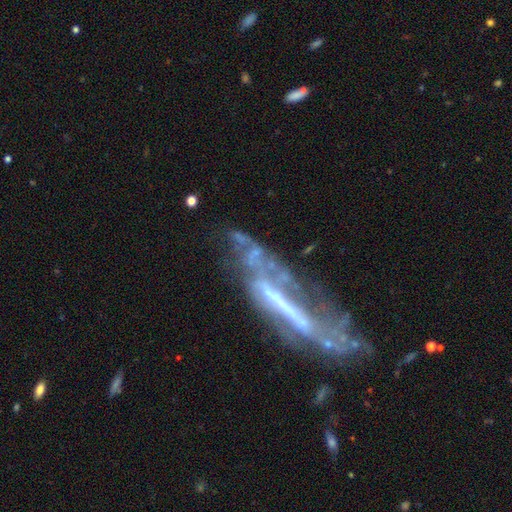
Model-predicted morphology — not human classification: Smooth or featured?
  - featured or disk: 74% *
  - smooth: 15%
  - star or artifact: 11%
Edge-on disk?
  - no: 61% *
  - yes: 39%
Merging?
  - none: 38% *
  - major disturbance: 31%
  - minor disturbance: 22%
  - merger: 9%